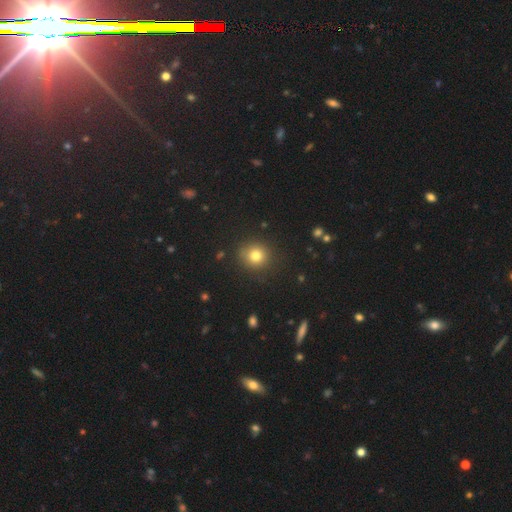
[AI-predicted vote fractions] A smooth galaxy with no disk features (80%) that is round (89%).

Vote fractions:
- Smooth or featured? smooth: 80% / star or artifact: 13% / featured or disk: 7%
- How rounded? round: 89% / in between: 10% / cigar-shaped: 1%
- Merging? none: 87% / minor disturbance: 8% / major disturbance: 3% / merger: 2%